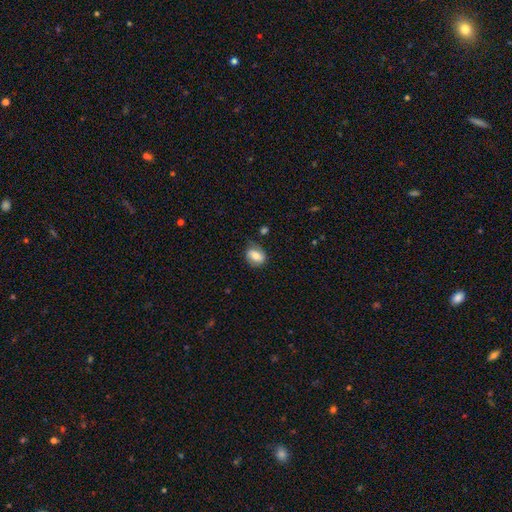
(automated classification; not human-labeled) Smooth or featured? smooth (64%)
How rounded? in between (61%)
Merging? none (66%)